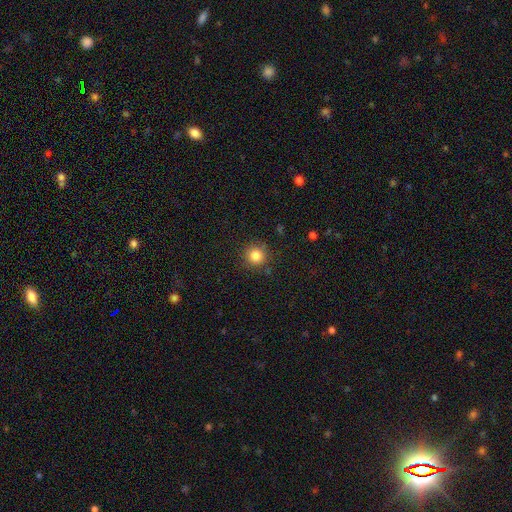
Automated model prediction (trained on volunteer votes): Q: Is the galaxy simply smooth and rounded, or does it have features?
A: smooth — 84%.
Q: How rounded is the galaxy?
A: round — 94%.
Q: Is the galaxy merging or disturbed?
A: none — 88%.